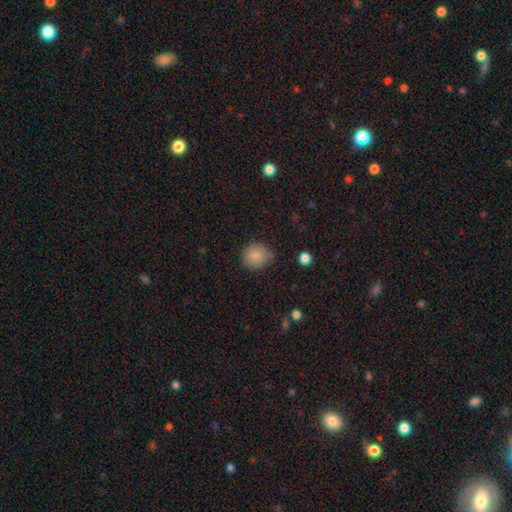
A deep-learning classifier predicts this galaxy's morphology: This appears to be a smooth galaxy with no disk features (84%) that is round (87%). Merging: none (71%).